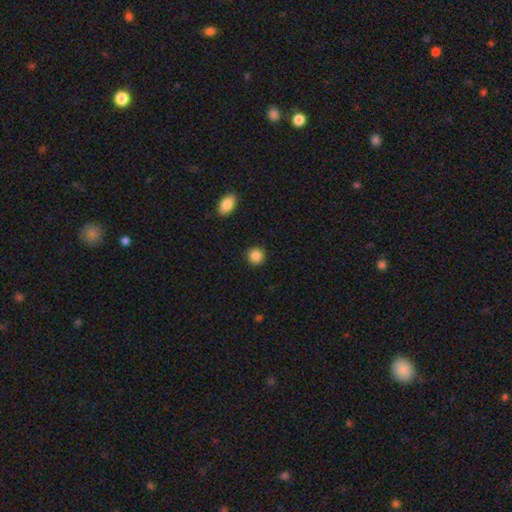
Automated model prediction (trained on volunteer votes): smooth 87%, star or artifact 9%, featured or disk 4%. Down the decision tree: how rounded — round (91%); merging — none (91%).